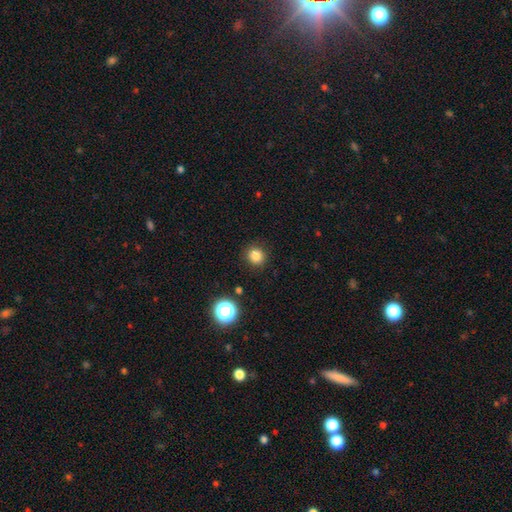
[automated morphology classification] This is clearly a smooth galaxy (83%). How rounded: clearly round (87%). Merging: clearly none (90%).